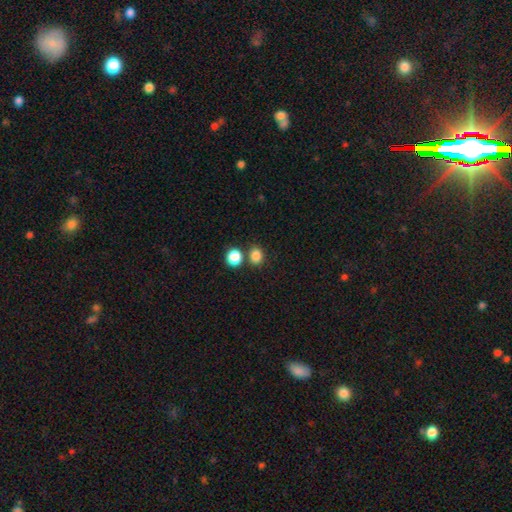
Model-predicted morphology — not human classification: type=smooth (84%); roundness=round (67%); merging=none (70%).